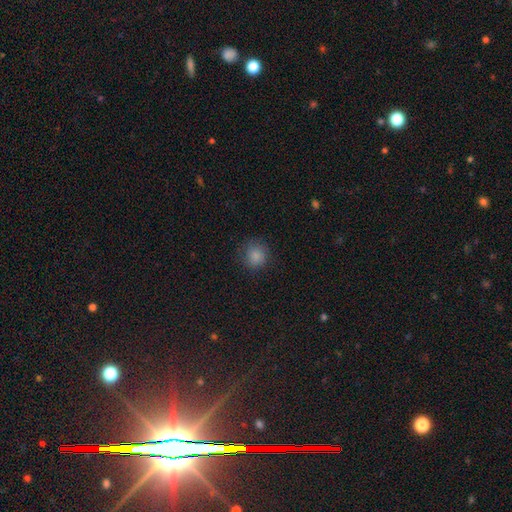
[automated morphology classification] The model was most divided on "merging": none: 82%, minor disturbance: 13%, major disturbance: 4%, merger: 1%. More confident: how rounded — round (88%); smooth or featured — smooth (85%).